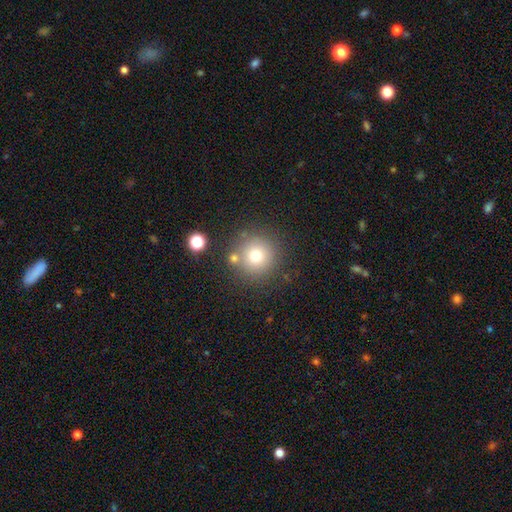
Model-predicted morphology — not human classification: This appears to be a smooth galaxy with no disk features (73%) that is round (95%). Merging: none (78%).